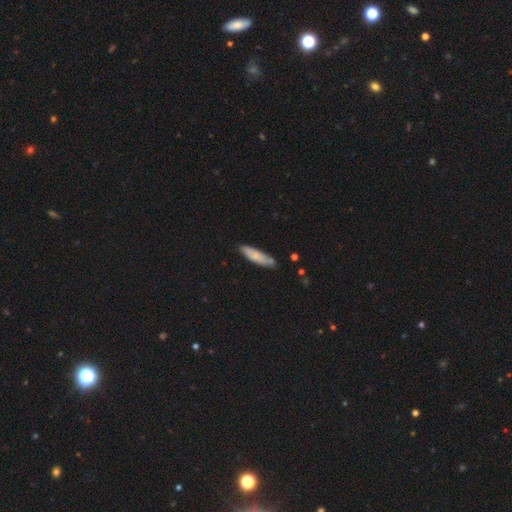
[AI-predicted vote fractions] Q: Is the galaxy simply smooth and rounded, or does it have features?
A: smooth — 72%.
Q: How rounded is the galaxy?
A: cigar-shaped — 68%.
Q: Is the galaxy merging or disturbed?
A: none — 73%.